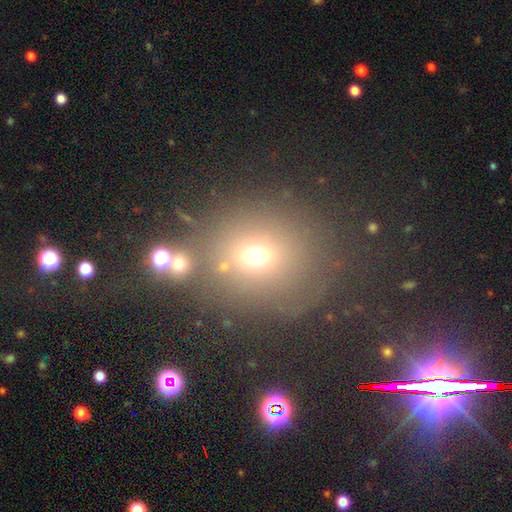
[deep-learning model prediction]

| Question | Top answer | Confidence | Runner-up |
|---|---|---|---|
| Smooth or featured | smooth | 63% | star or artifact (23%) |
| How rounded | round | 76% | in between (22%) |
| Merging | none | 67% | minor disturbance (14%) |